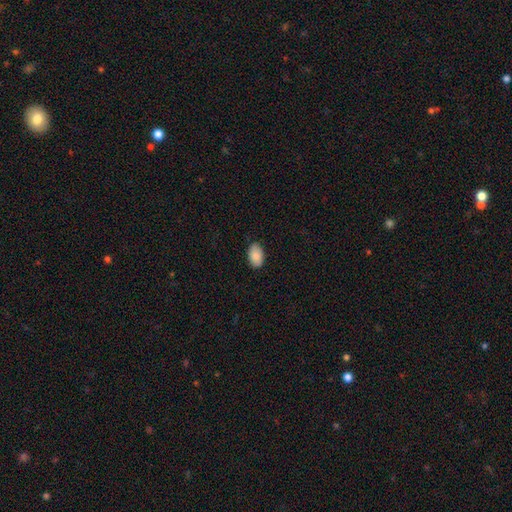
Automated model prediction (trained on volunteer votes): A smooth galaxy with no disk features (88%) that is in between round and cigar-shaped (92%). Merging: none (84%).